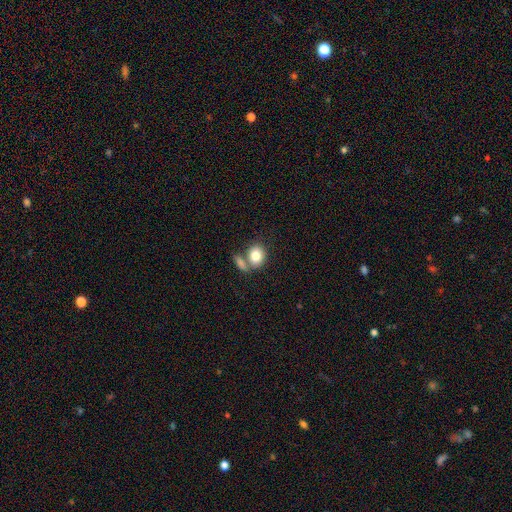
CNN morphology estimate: type=smooth (82%); roundness=in between (53%); merging=none (46%).